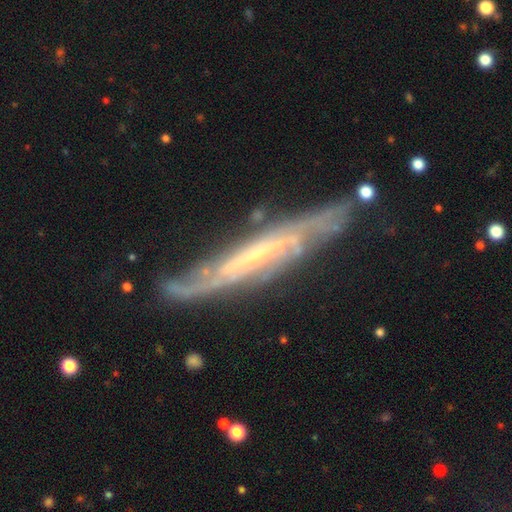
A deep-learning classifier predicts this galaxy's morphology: Overall: featured or disk (84%). Edge-on disk: no (50%, tied with yes). Merging: none (70%).